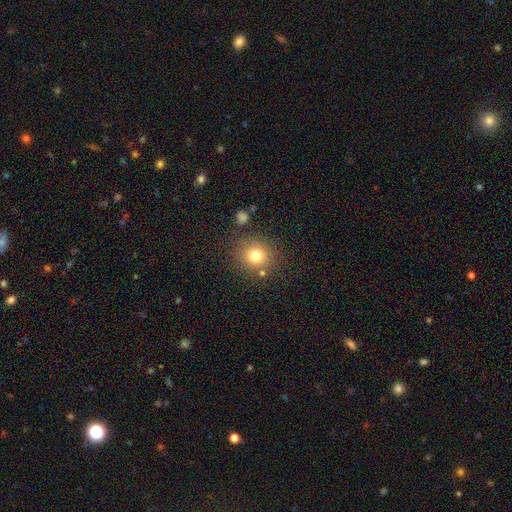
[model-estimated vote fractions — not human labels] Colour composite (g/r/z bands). It shows a smooth galaxy with no disk features (77%) that is round (88%). Merging: none (80%).